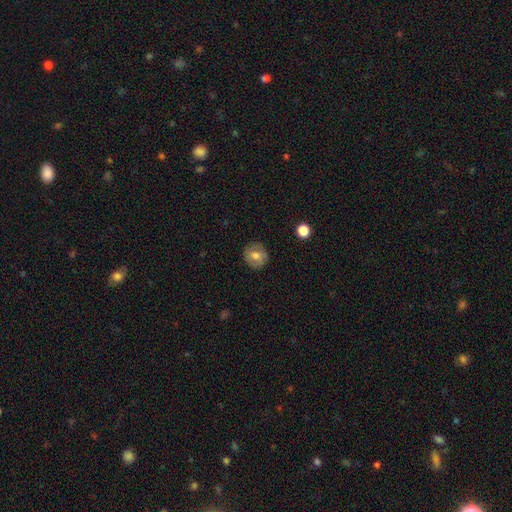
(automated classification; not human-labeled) A smooth galaxy with no disk features (65%) that is round (85%). Merging: none (84%).